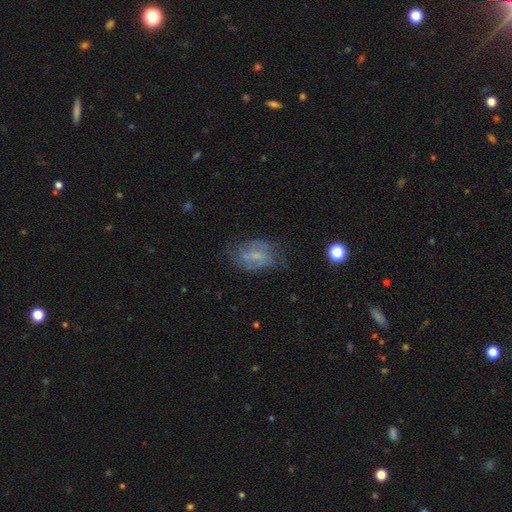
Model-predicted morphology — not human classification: Overall: featured or disk (52%; smooth 38%). Edge-on disk: no (96%). Merging: none (57%; minor disturbance 26%).